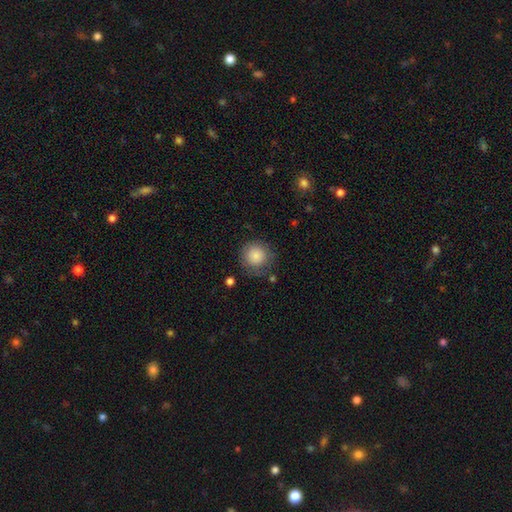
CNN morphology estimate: A smooth galaxy with no disk features (83%) that is round (94%). Merging: none (77%).